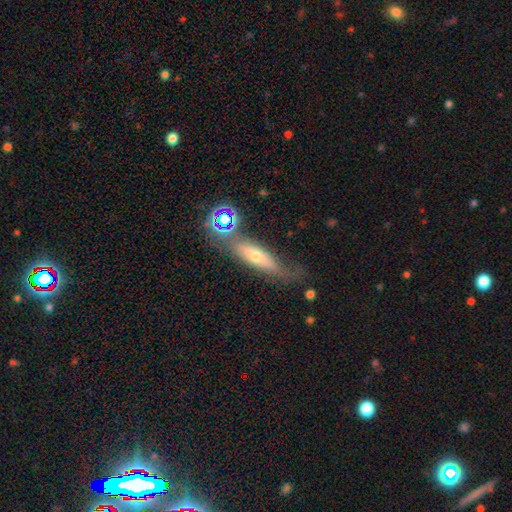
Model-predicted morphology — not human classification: Smooth or featured? Predicted: smooth (p=0.46). Merging? Predicted: none (p=0.54).